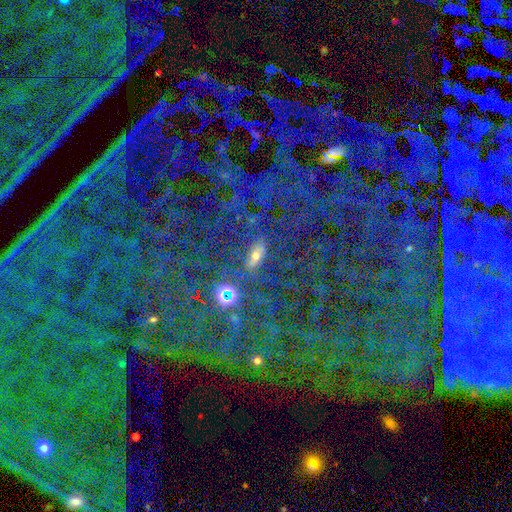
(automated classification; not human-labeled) A star or artifact, not a galaxy (47%).

Vote fractions:
- Smooth or featured? star or artifact: 47% / smooth: 34% / featured or disk: 19%